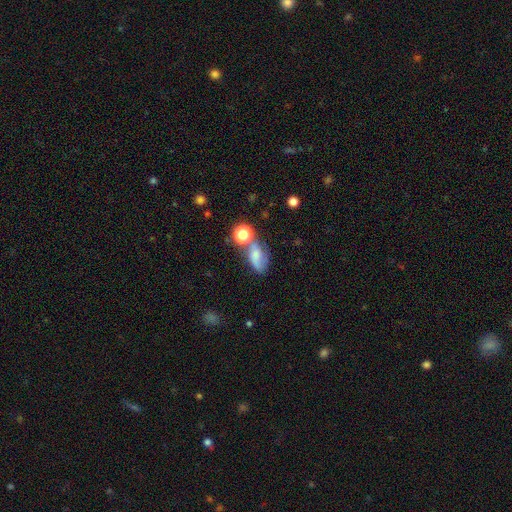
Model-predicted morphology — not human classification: Overall: smooth (52%; featured or disk 32%). How rounded: in between (75%). Merging: none (40%; minor disturbance 23%).